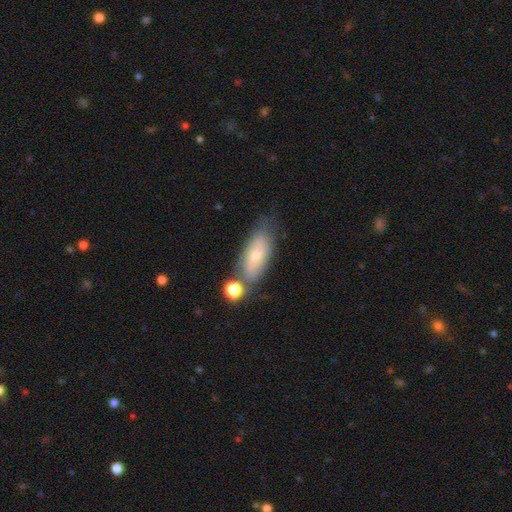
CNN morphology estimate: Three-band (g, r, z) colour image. It shows a smooth galaxy with no disk features (55%) that is in between round and cigar-shaped (80%). Merging: none (56%).